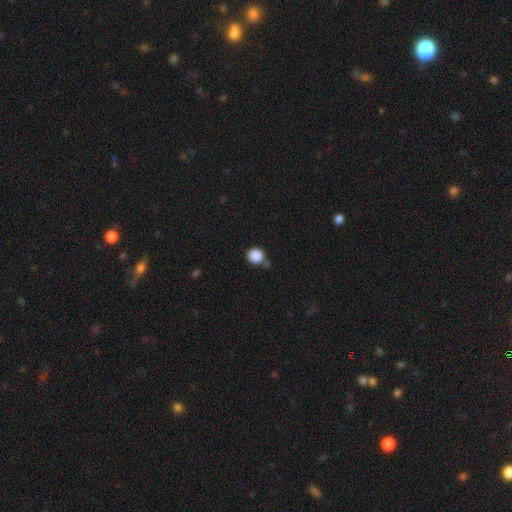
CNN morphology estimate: A smooth galaxy with no disk features (88%) that is round (88%).

Vote fractions:
- Smooth or featured? smooth: 88% / star or artifact: 9% / featured or disk: 3%
- How rounded? round: 88% / in between: 11% / cigar-shaped: 1%
- Merging? none: 72% / minor disturbance: 13% / merger: 10% / major disturbance: 4%